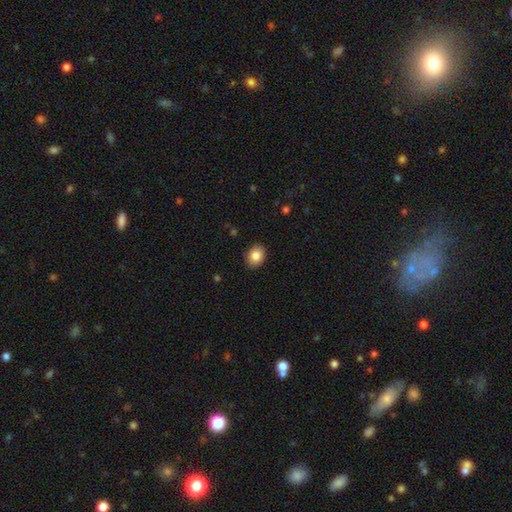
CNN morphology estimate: Overall: smooth (85%). How rounded: in between (62%; round 37%). Merging: none (89%).